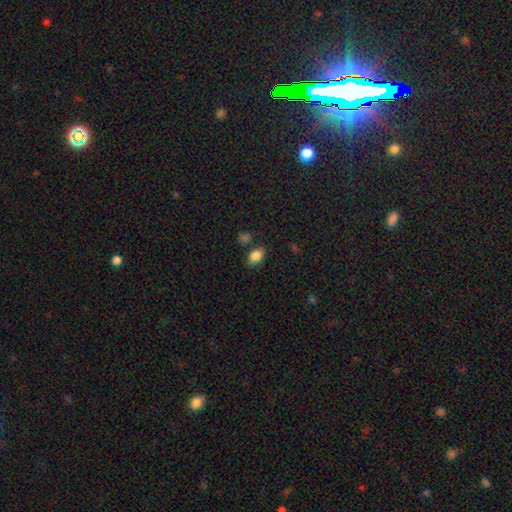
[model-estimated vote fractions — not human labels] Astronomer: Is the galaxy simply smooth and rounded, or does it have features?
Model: smooth — 85%.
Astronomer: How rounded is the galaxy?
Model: in between — 85%.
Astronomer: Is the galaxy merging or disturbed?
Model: none — 72%.